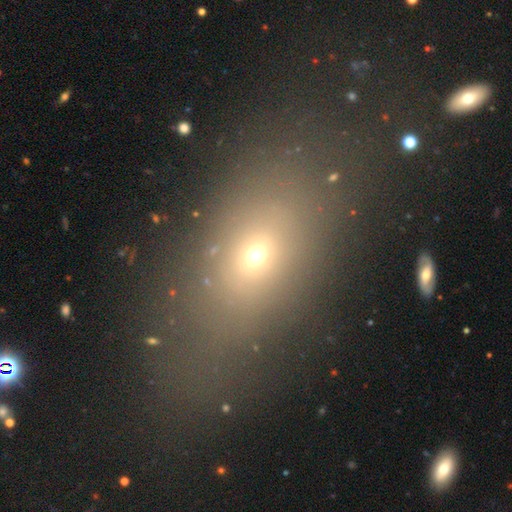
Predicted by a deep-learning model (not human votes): Smooth or featured? Predicted: smooth (p=0.60). How rounded? Predicted: in between (p=0.76). Merging? Predicted: none (p=0.69).